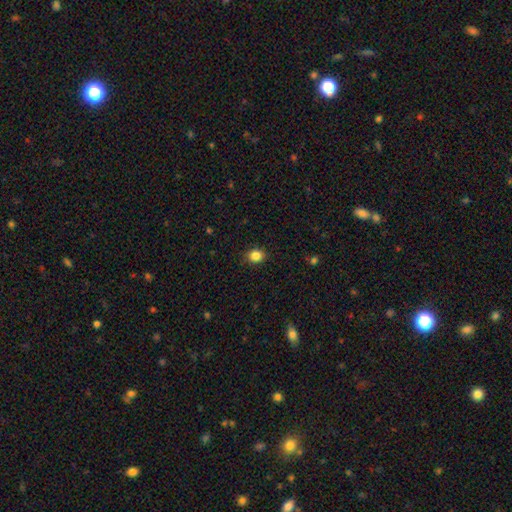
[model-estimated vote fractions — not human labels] Morphology: type=smooth (86%); roundness=round (63%); merging=none (88%).